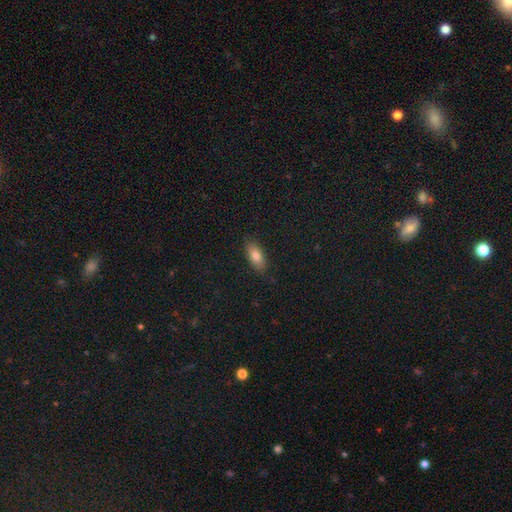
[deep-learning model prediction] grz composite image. It shows a smooth galaxy with no disk features (79%) that is in between round and cigar-shaped (86%). Merging: none (85%).